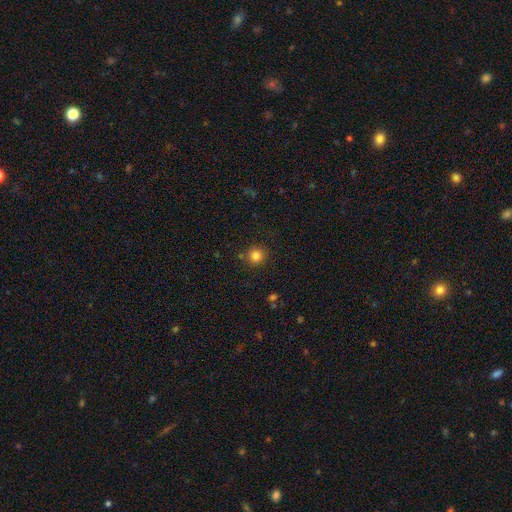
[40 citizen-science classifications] Smooth or featured?
  - smooth: 90% *
  - star or artifact: 8%
  - featured or disk: 2%
How rounded?
  - round: 100% *
  - in between: 0%
  - cigar-shaped: 0%
Merging?
  - none: 89% *
  - major disturbance: 5%
  - minor disturbance: 3%
  - merger: 3%